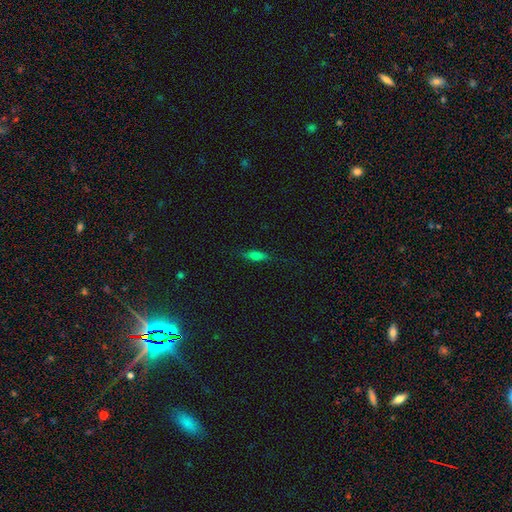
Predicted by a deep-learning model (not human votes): Smooth or featured? smooth (62%)
How rounded? cigar-shaped (51%)
Merging? none (82%)